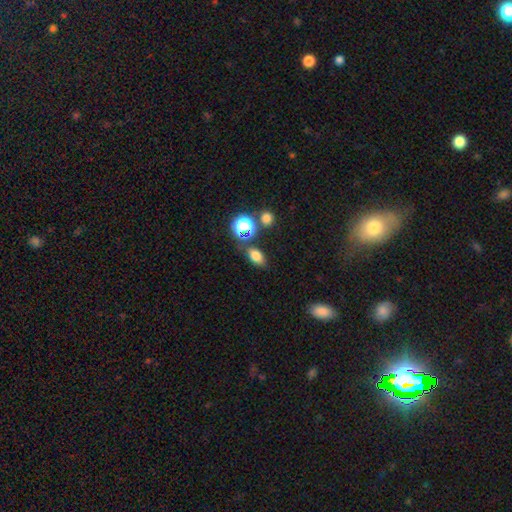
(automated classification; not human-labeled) Smooth or featured: smooth — 73% (star or artifact — 17%)
How rounded: in between — 81% (round — 16%)
Merging: none — 74% (minor disturbance — 13%)